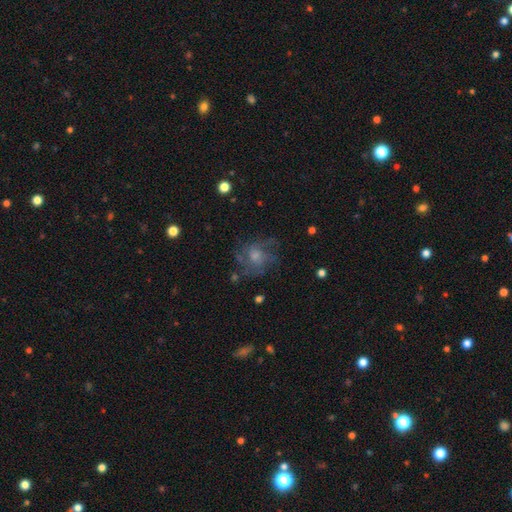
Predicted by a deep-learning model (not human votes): The model was most divided on "bulge size": moderate: 48%, small: 34%, none: 9%, large: 8%, dominant: 2%. More confident: edge-on disk — no (97%); bar — no (77%); spiral arms — yes (77%); merging — none (67%); smooth or featured — featured or disk (58%).